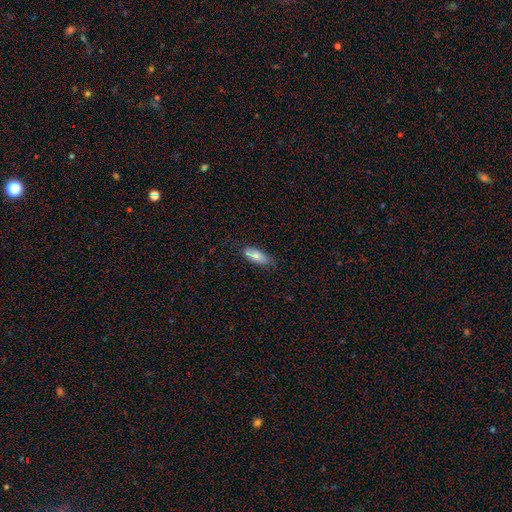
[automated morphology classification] A smooth galaxy with no disk features (73%) that is in between round and cigar-shaped (75%).

Vote fractions:
- Smooth or featured? smooth: 73% / featured or disk: 20% / star or artifact: 7%
- How rounded? in between: 75% / cigar-shaped: 22% / round: 2%
- Merging? none: 75% / minor disturbance: 20% / major disturbance: 4% / merger: 2%